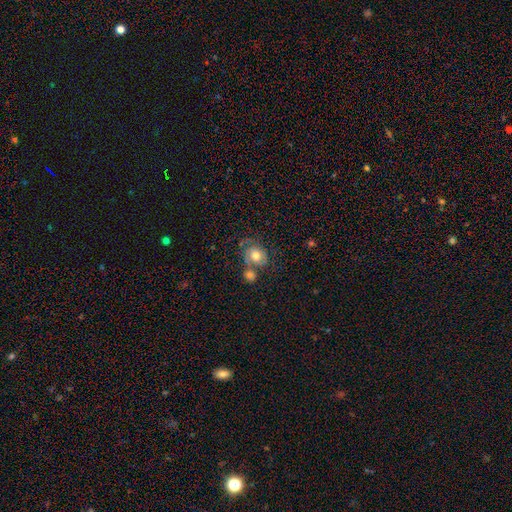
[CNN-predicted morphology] This is possibly a smooth galaxy (56%). How rounded: likely round (62%). Merging: marginally none (41%).